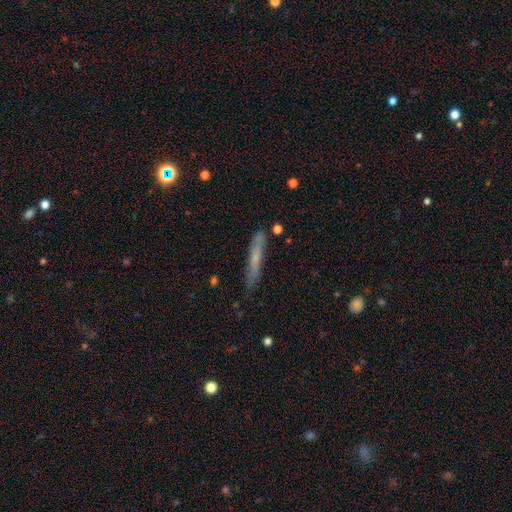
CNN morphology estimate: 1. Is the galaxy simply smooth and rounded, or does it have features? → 58% smooth, 35% featured or disk, 7% star or artifact.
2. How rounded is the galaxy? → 93% cigar-shaped, 6% in between, 2% round.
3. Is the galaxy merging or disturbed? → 72% none, 21% minor disturbance, 4% major disturbance, 3% merger.